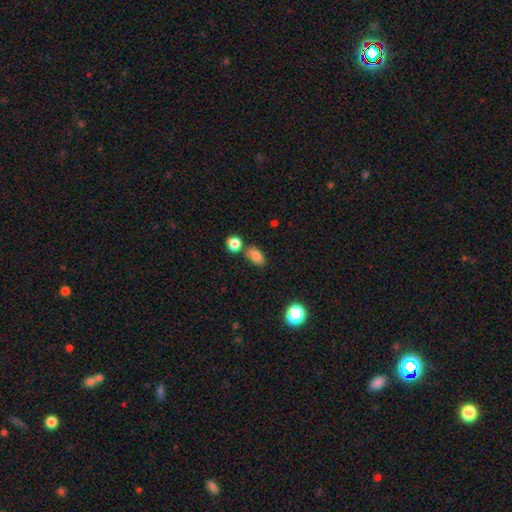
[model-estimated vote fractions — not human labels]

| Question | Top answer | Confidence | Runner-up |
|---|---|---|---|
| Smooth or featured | smooth | 84% | star or artifact (10%) |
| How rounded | in between | 85% | round (12%) |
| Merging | none | 60% | merger (21%) |